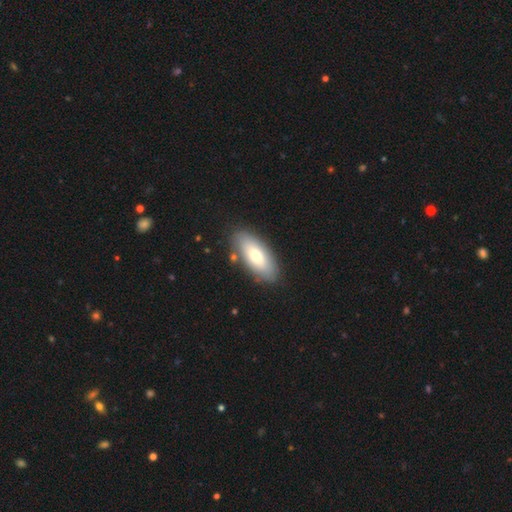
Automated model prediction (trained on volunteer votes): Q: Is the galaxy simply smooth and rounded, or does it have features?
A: smooth — 70%.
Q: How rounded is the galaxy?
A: in between — 85%.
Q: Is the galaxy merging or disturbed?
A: none — 83%.